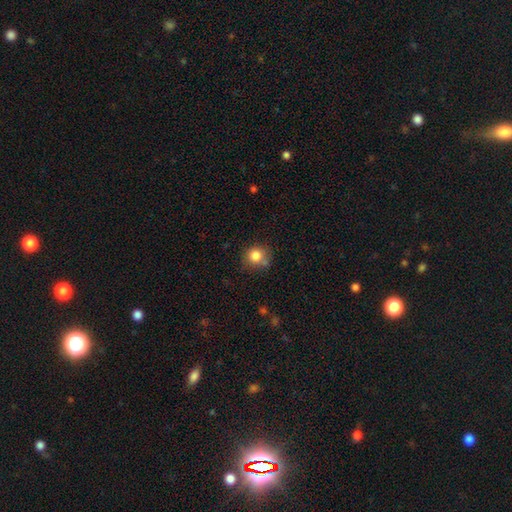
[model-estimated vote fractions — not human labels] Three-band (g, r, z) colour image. It shows a smooth galaxy with no disk features (82%) that is round (86%). Merging: none (66%).